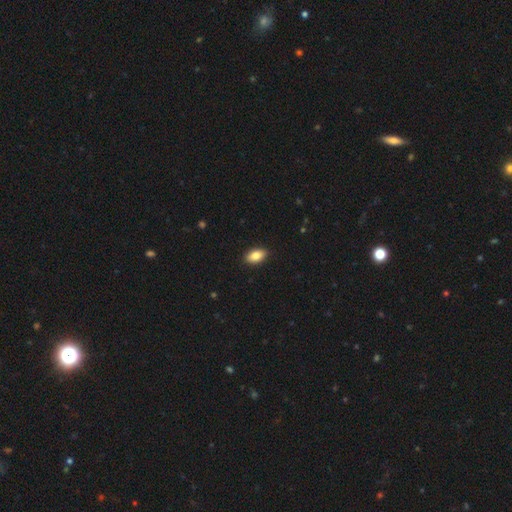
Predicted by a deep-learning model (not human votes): This is clearly a smooth galaxy (85%). How rounded: clearly in between (91%). Merging: clearly none (90%).